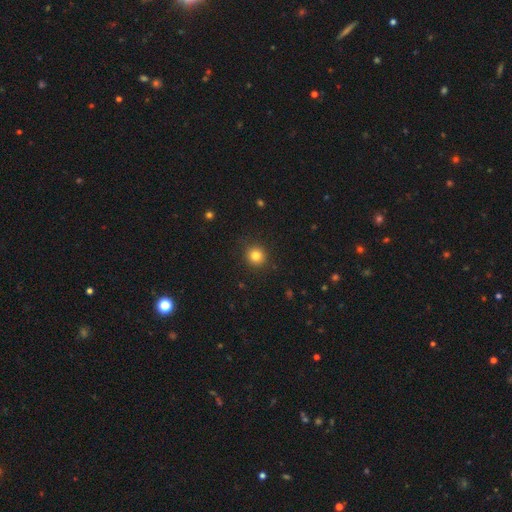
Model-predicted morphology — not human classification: A smooth galaxy with no disk features (82%) that is round (91%).

Vote fractions:
- Smooth or featured? smooth: 82% / star or artifact: 12% / featured or disk: 6%
- How rounded? round: 91% / in between: 8% / cigar-shaped: 1%
- Merging? none: 90% / minor disturbance: 7% / major disturbance: 2% / merger: 1%